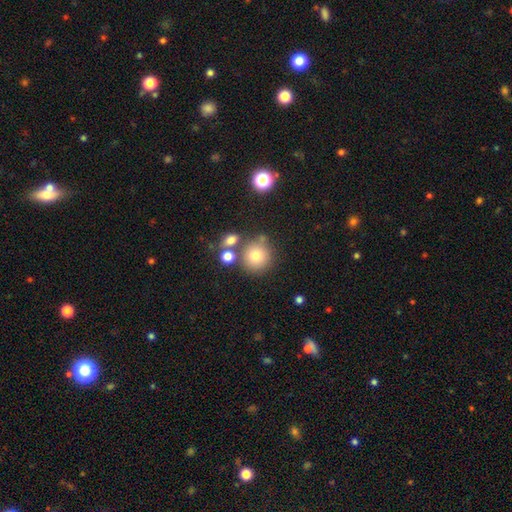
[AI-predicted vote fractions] Smooth or featured? smooth (75%)
How rounded? round (92%)
Merging? none (69%)